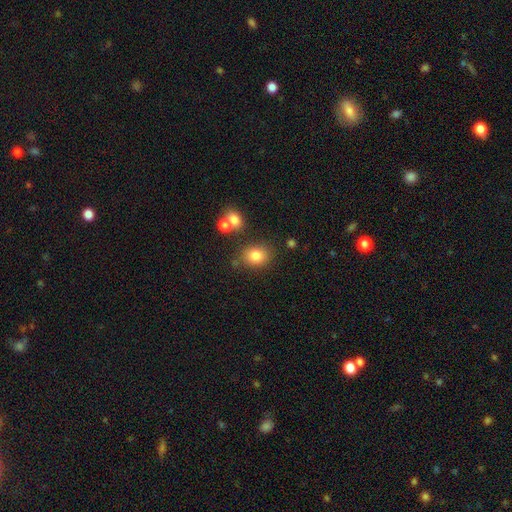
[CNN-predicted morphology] Smooth or featured? smooth (81%)
How rounded? in between (53%)
Merging? none (74%)